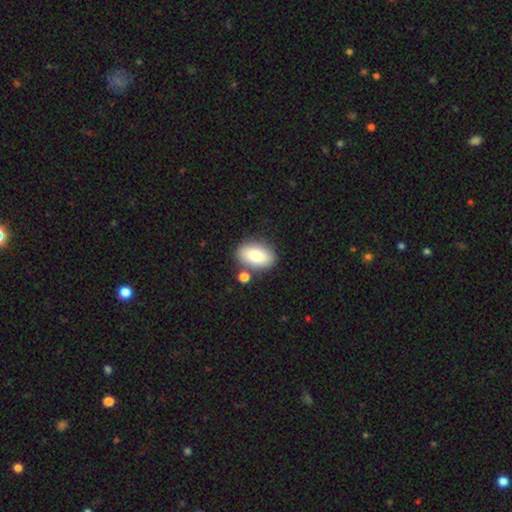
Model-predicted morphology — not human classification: A smooth galaxy with no disk features (80%) that is in between round and cigar-shaped (89%). Merging: none (76%).